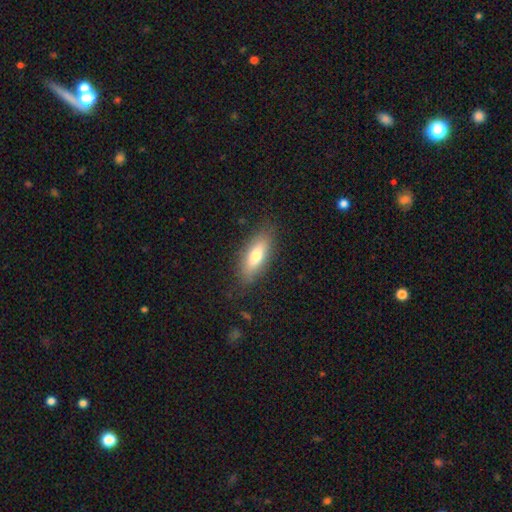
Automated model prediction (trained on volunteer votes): Overall: smooth (71%). How rounded: in between (71%). Merging: none (82%).